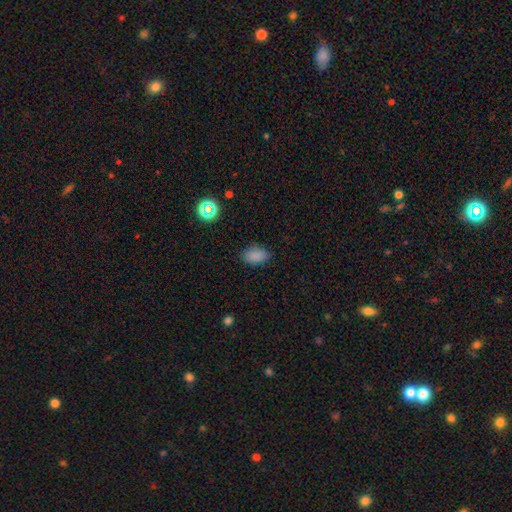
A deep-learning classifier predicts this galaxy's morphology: A smooth galaxy with no disk features (84%) that is in between round and cigar-shaped (88%).

Vote fractions:
- Smooth or featured? smooth: 84% / star or artifact: 12% / featured or disk: 4%
- How rounded? in between: 88% / round: 10% / cigar-shaped: 2%
- Merging? none: 84% / minor disturbance: 12% / major disturbance: 3% / merger: 1%